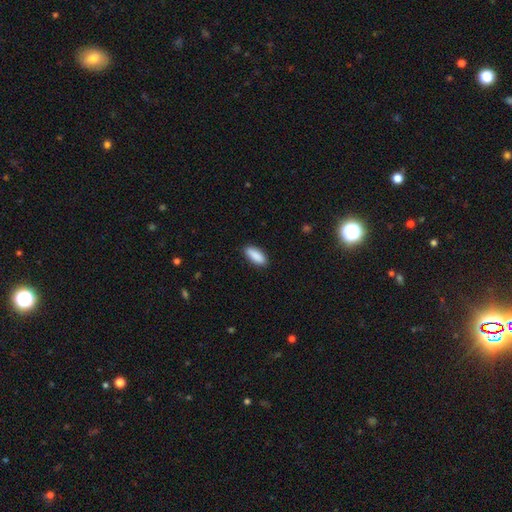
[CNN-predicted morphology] The model was most divided on "how rounded": in between: 77%, cigar-shaped: 22%, round: 2%. More confident: smooth or featured — smooth (90%); merging — none (88%).